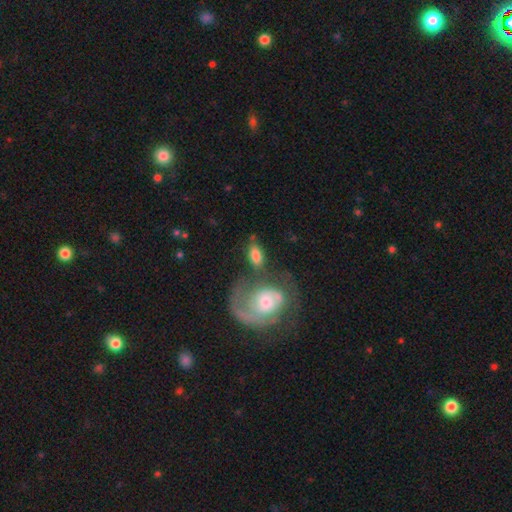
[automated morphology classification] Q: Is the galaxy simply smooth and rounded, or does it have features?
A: smooth — 67%.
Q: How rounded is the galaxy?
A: in between — 87%.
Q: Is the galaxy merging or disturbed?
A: none — 47%.